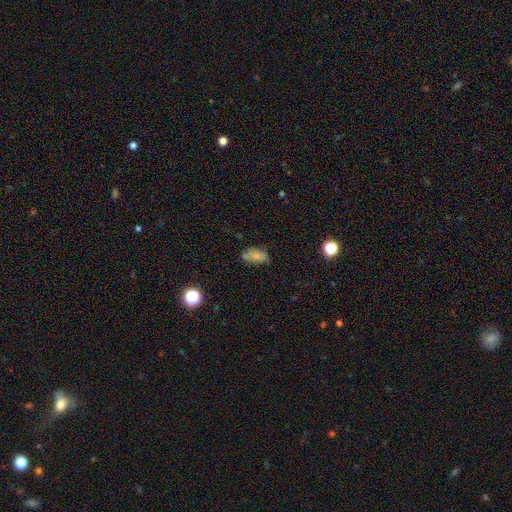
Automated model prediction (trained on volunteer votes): A smooth galaxy with no disk features (69%) that is in between round and cigar-shaped (89%). Merging: none (62%).